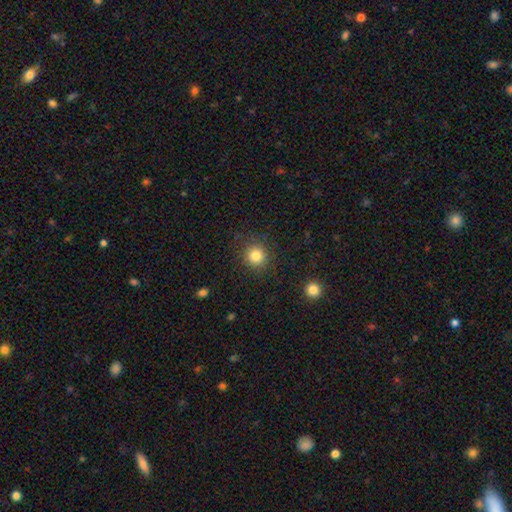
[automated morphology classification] Q: Smooth or featured?
A: smooth (82%); runner-up: star or artifact (12%)
Q: How rounded?
A: round (92%); runner-up: in between (7%)
Q: Merging?
A: none (88%); runner-up: minor disturbance (7%)